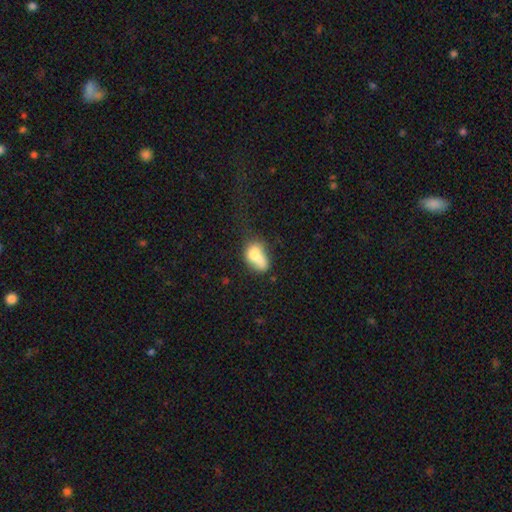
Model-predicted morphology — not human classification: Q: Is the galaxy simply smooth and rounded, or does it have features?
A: smooth — 69%.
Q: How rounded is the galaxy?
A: in between — 78%.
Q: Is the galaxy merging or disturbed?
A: merger — 48%.